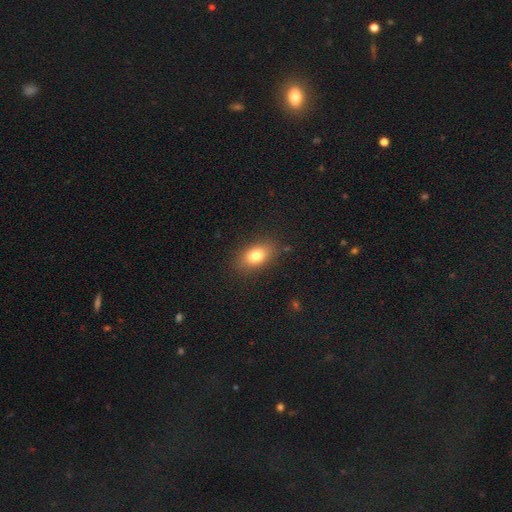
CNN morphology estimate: This appears to be a smooth galaxy with no disk features (78%) that is in between round and cigar-shaped (83%). Merging: none (87%).